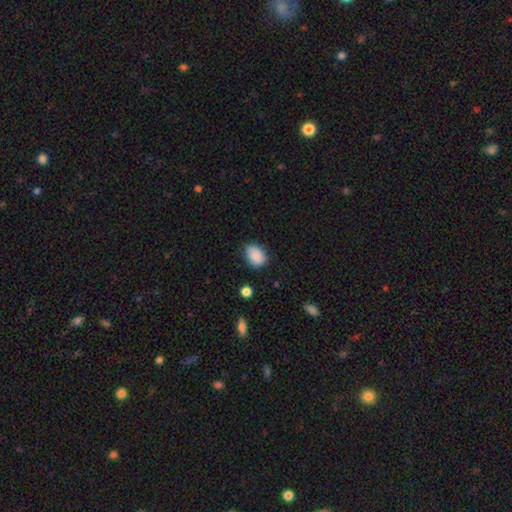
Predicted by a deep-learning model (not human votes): A smooth galaxy with no disk features (88%) that is in between round and cigar-shaped (80%).

Vote fractions:
- Smooth or featured? smooth: 88% / star or artifact: 8% / featured or disk: 4%
- How rounded? in between: 80% / round: 19% / cigar-shaped: 1%
- Merging? none: 72% / minor disturbance: 23% / major disturbance: 4% / merger: 2%